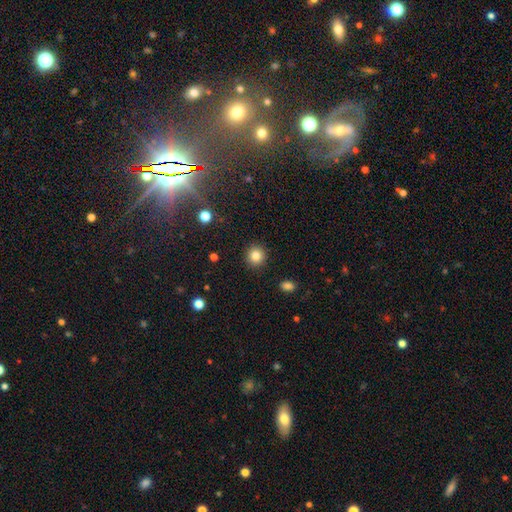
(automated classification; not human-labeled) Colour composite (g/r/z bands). It shows a smooth galaxy with no disk features (84%) that is round (91%). Merging: none (91%).